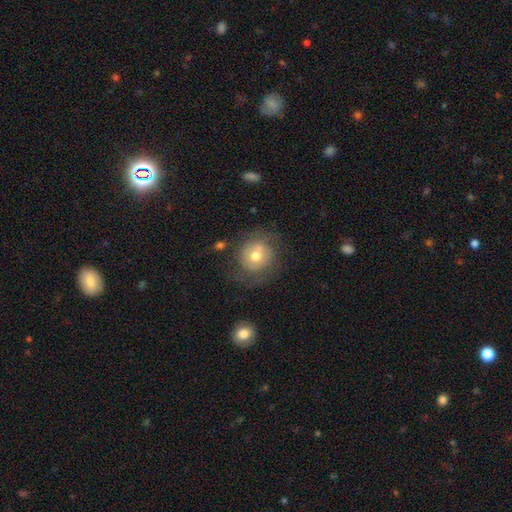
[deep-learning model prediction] A smooth galaxy with no disk features (54%) that is round (85%).

Vote fractions:
- Smooth or featured? smooth: 54% / featured or disk: 36% / star or artifact: 10%
- How rounded? round: 85% / in between: 14% / cigar-shaped: 1%
- Merging? none: 58% / minor disturbance: 20% / major disturbance: 15% / merger: 6%